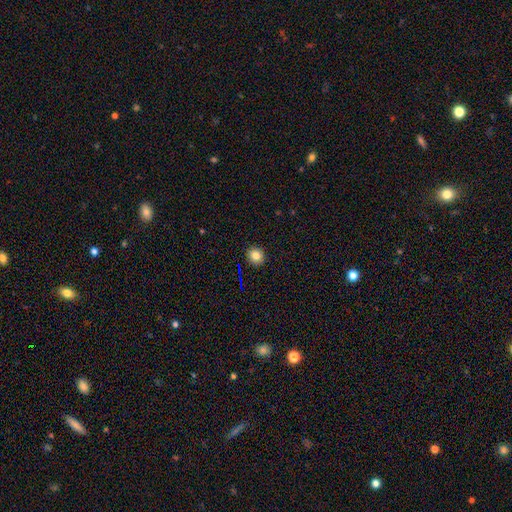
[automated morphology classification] smooth-or-featured: smooth: 81% | star or artifact: 12% | featured or disk: 7%
  how-rounded: round: 88% | in between: 11% | cigar-shaped: 1%
  merging: none: 92% | minor disturbance: 6% | major disturbance: 2% | merger: 1%